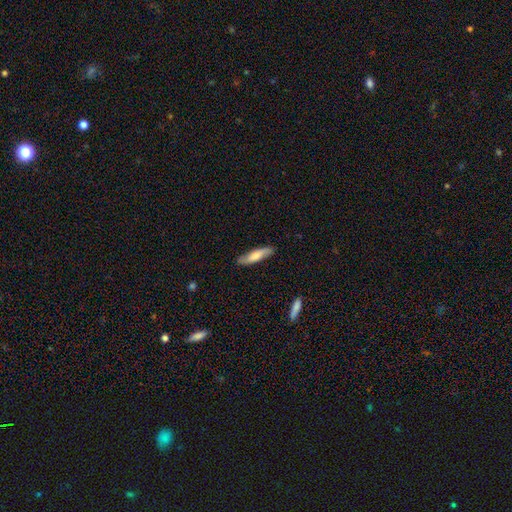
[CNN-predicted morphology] Smooth or featured: smooth — 65% (featured or disk — 30%)
How rounded: cigar-shaped — 74% (in between — 25%)
Merging: none — 85% (minor disturbance — 12%)